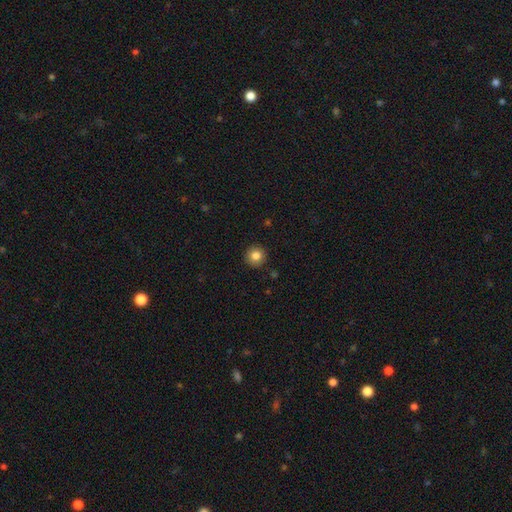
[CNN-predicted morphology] The model was most divided on "smooth or featured": smooth: 83%, star or artifact: 10%, featured or disk: 7%. More confident: how rounded — round (95%); merging — none (92%).